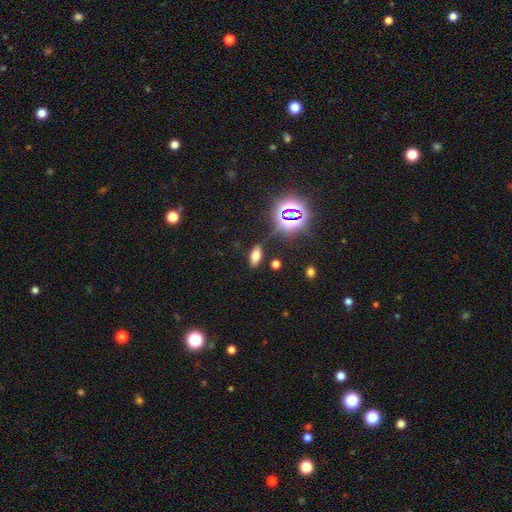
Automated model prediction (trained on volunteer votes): Smooth or featured: smooth — 61% (star or artifact — 26%)
How rounded: in between — 85% (cigar-shaped — 9%)
Merging: none — 83% (minor disturbance — 11%)